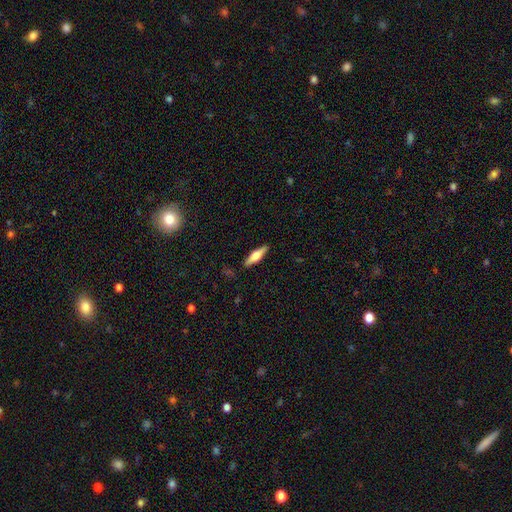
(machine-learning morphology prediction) A smooth galaxy with no disk features (50%). Merging: none (89%).